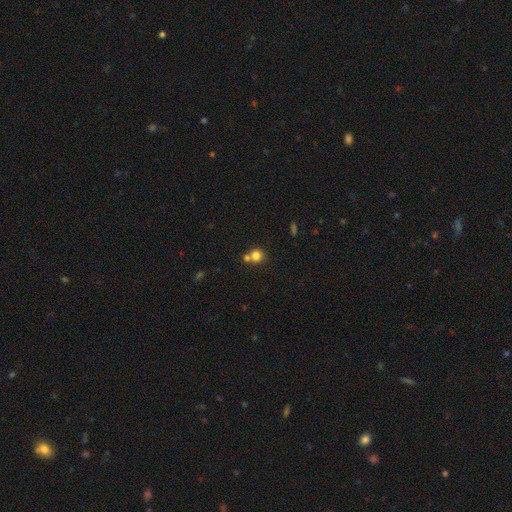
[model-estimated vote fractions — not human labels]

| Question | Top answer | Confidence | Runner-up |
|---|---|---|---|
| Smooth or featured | smooth | 79% | star or artifact (13%) |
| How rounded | round | 87% | in between (12%) |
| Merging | none | 54% | merger (36%) |